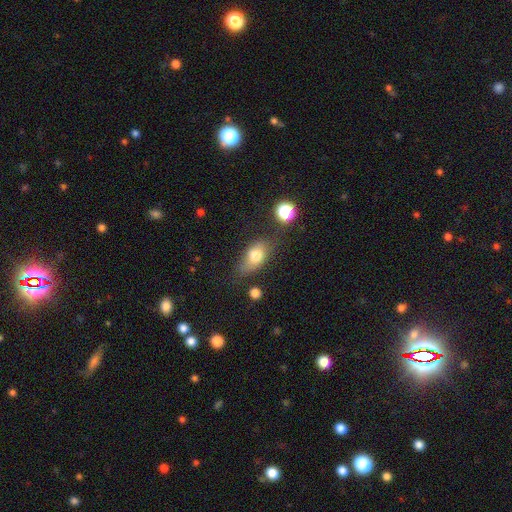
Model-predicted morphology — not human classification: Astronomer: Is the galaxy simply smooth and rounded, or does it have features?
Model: smooth — 73%.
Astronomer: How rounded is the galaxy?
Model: in between — 82%.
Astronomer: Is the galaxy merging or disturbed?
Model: none — 62%.